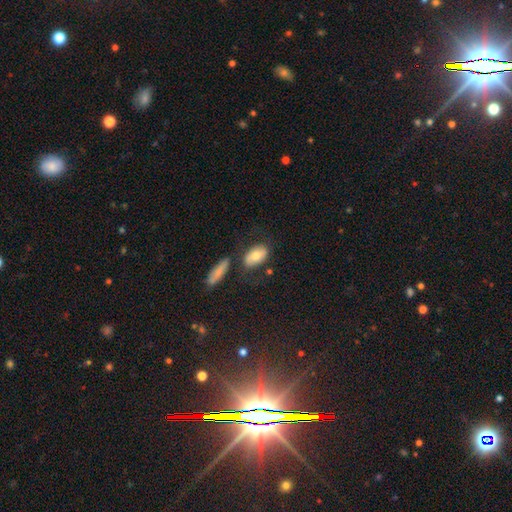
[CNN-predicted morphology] smooth-or-featured: smooth: 73% | featured or disk: 19% | star or artifact: 8%
  how-rounded: in between: 89% | round: 6% | cigar-shaped: 4%
  merging: none: 63% | minor disturbance: 17% | merger: 12% | major disturbance: 8%